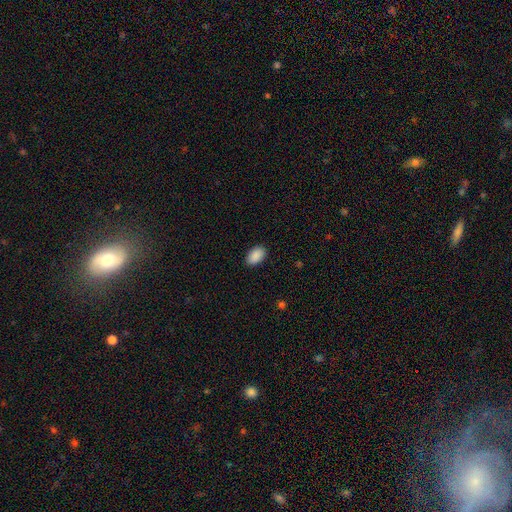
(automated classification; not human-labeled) smooth 91%, star or artifact 7%, featured or disk 3%. Down the decision tree: how rounded — in between (92%); merging — none (88%).